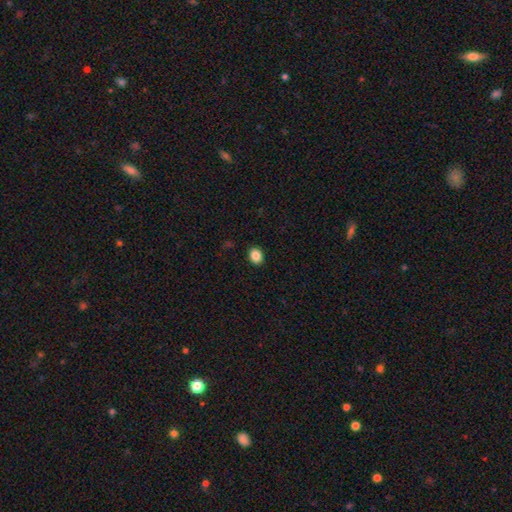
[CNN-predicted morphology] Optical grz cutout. It shows a smooth galaxy with no disk features (87%) that is in between round and cigar-shaped (51%). Merging: none (90%).